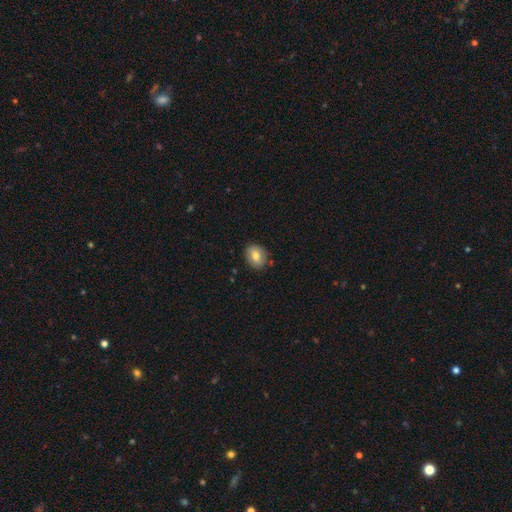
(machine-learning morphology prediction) smooth_or_featured: smooth (p=0.75) [alt: featured or disk p=0.17]
how_rounded: round (p=0.54) [alt: in between p=0.45]
merging: none (p=0.83) [alt: minor disturbance p=0.12]